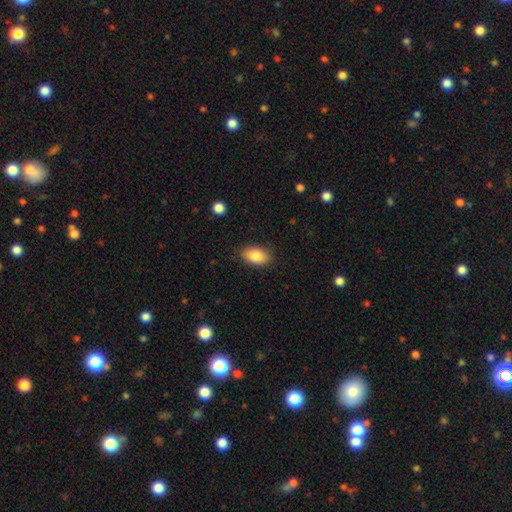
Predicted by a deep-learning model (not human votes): The model was most divided on "merging": none: 87%, minor disturbance: 10%, major disturbance: 2%, merger: 1%. More confident: how rounded — in between (91%); smooth or featured — smooth (85%).